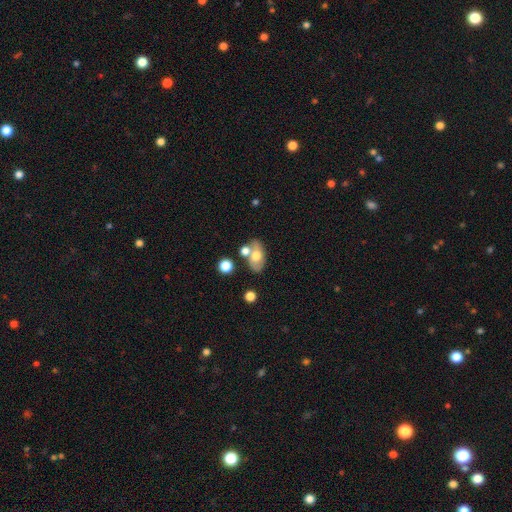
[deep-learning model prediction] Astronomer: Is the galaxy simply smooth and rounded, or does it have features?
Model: smooth — 60%.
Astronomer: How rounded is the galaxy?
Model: in between — 85%.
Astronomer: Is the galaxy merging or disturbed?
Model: none — 55%.